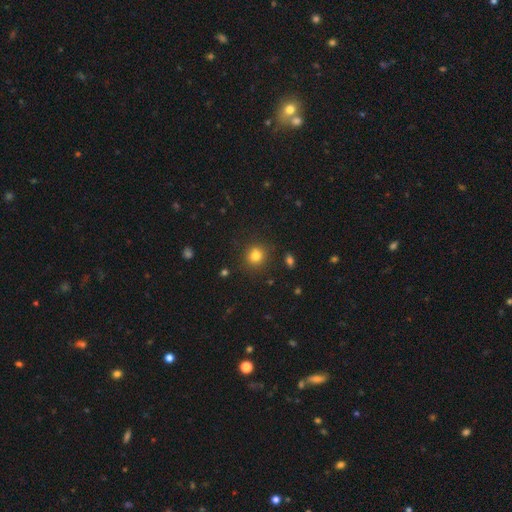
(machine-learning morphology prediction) type=smooth (81%); roundness=round (83%); merging=none (85%).